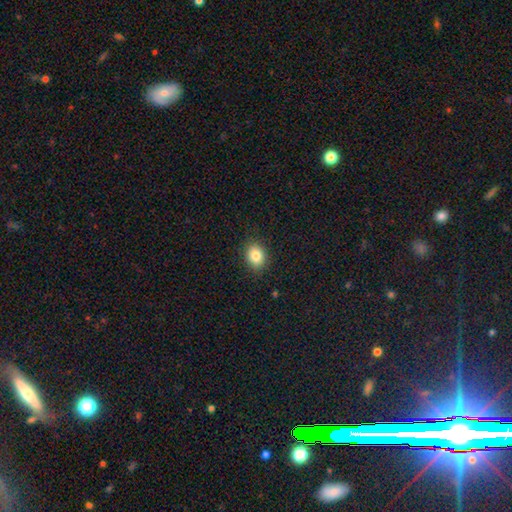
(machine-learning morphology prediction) Smooth or featured: smooth — 84% (star or artifact — 10%)
How rounded: round — 51% (in between — 49%)
Merging: none — 89% (minor disturbance — 8%)